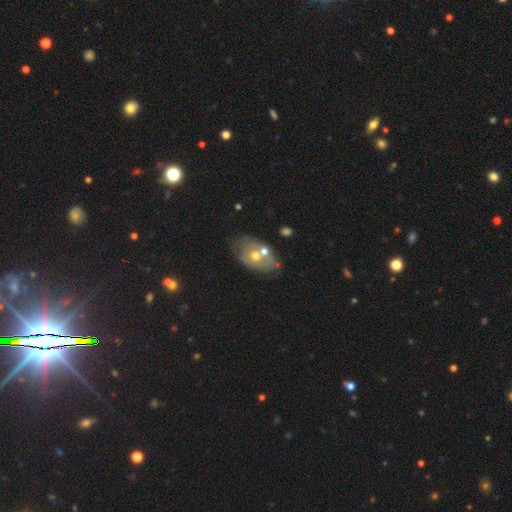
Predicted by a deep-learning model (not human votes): This appears to be a featured or disk galaxy (53%). Merging: none (45%).